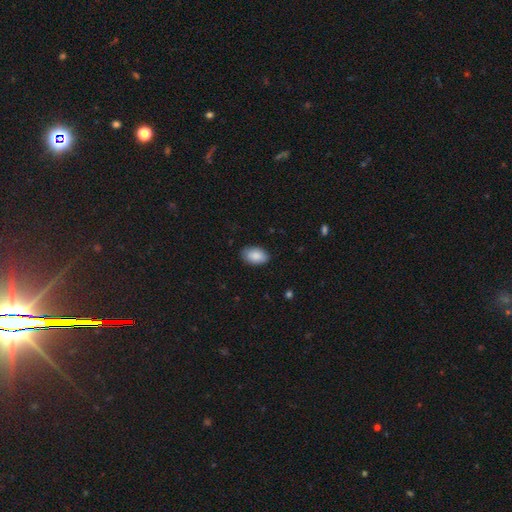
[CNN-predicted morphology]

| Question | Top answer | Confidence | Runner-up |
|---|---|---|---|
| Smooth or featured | smooth | 88% | star or artifact (6%) |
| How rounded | in between | 91% | round (8%) |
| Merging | none | 83% | minor disturbance (14%) |